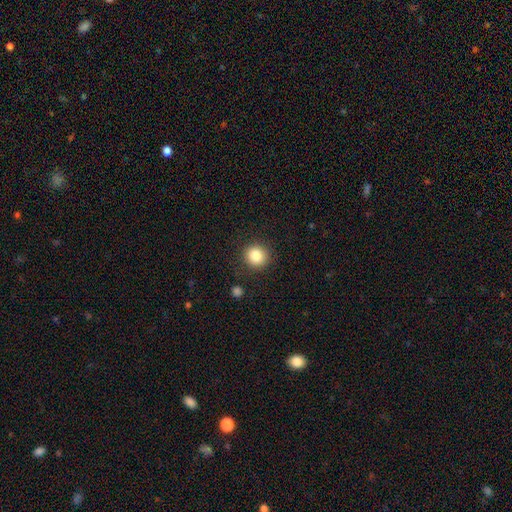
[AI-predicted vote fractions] This is clearly a smooth galaxy (83%). How rounded: clearly round (90%). Merging: clearly none (89%).